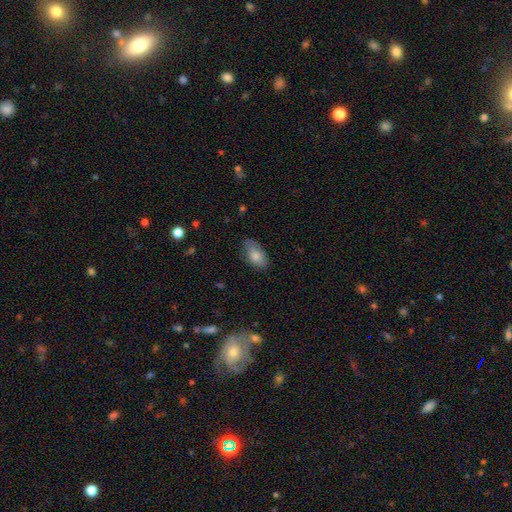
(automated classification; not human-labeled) smooth-or-featured: smooth: 80% | featured or disk: 13% | star or artifact: 7%
  how-rounded: in between: 92% | round: 5% | cigar-shaped: 2%
  merging: none: 66% | minor disturbance: 27% | major disturbance: 6% | merger: 1%